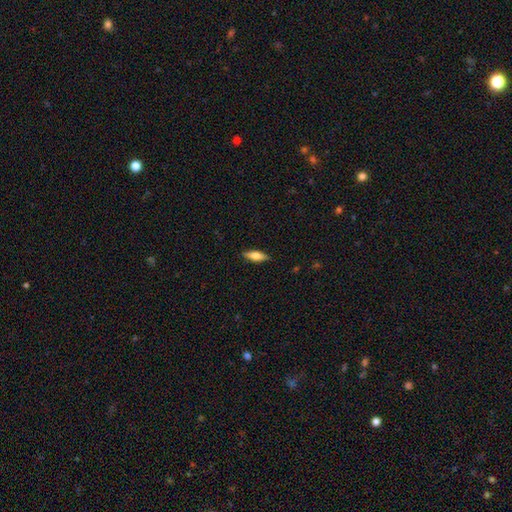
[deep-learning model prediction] smooth_or_featured: smooth (p=0.53) [alt: featured or disk p=0.40]
how_rounded: in between (p=0.51) [alt: cigar-shaped p=0.46]
merging: none (p=0.88) [alt: minor disturbance p=0.09]